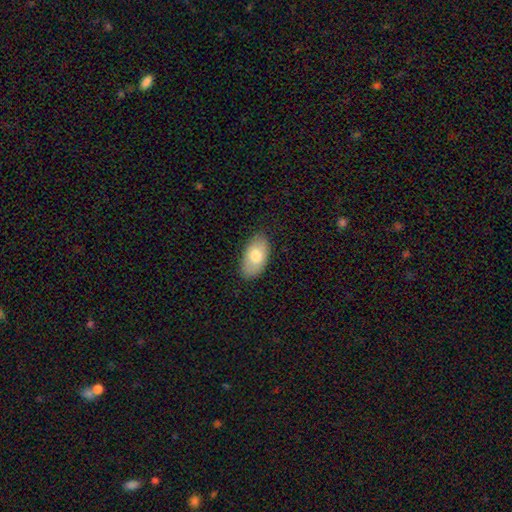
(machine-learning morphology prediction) Smooth or featured?
  - smooth: 75% *
  - featured or disk: 19%
  - star or artifact: 6%
How rounded?
  - in between: 94% *
  - round: 4%
  - cigar-shaped: 2%
Merging?
  - none: 83% *
  - minor disturbance: 13%
  - major disturbance: 3%
  - merger: 1%